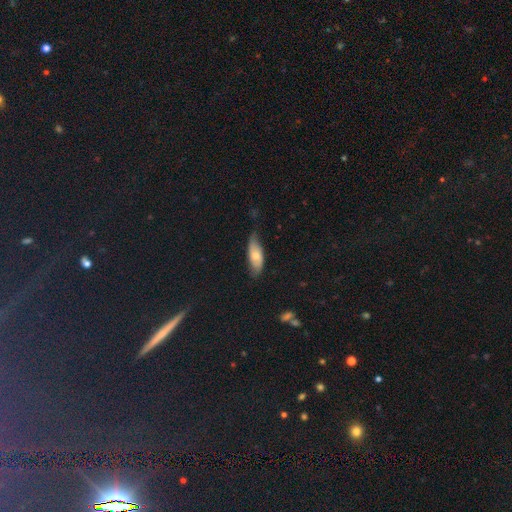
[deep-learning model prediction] This appears to be a smooth galaxy with no disk features (56%) that is in between round and cigar-shaped (76%). Merging: none (60%).